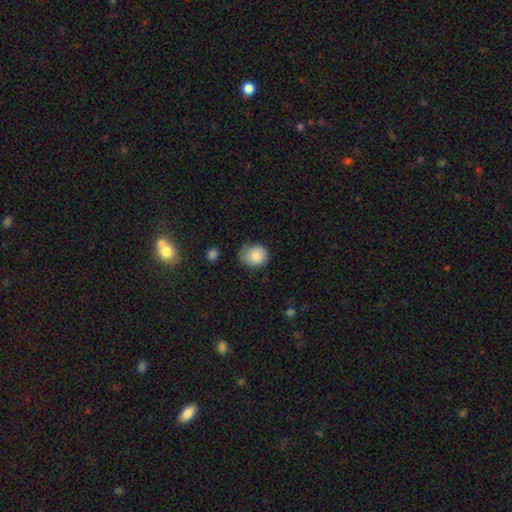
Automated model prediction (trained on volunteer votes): smooth 85%, star or artifact 8%, featured or disk 7%. Down the decision tree: how rounded — round (75%); merging — none (65%).